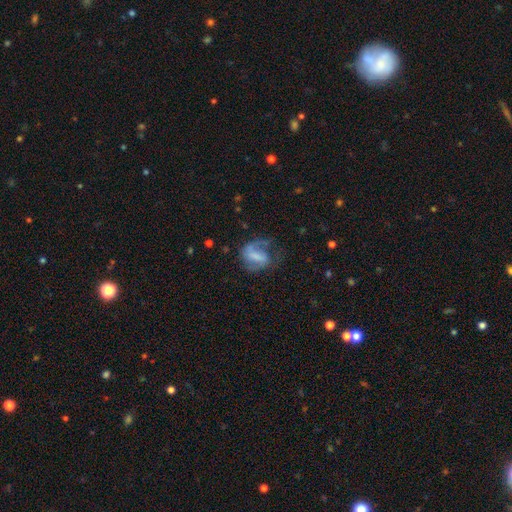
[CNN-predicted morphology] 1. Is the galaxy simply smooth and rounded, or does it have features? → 67% featured or disk, 25% smooth, 8% star or artifact.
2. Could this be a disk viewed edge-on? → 97% no, 3% yes.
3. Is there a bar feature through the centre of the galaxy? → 42% weak, 37% strong, 21% no.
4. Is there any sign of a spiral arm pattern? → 85% yes, 15% no.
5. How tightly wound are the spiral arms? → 47% medium, 34% loose, 20% tight.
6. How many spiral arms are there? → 60% 2, 29% 1, 7% can't tell, 1% 3, 1% 4, 1% more than 4.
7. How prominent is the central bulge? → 40% none, 26% small, 21% moderate, 10% large, 2% dominant.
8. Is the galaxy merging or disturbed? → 45% none, 31% major disturbance, 22% minor disturbance, 3% merger.